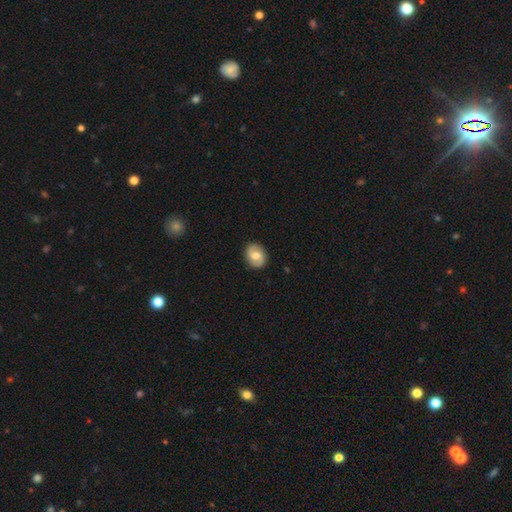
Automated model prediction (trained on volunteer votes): smooth_or_featured: featured or disk (p=0.57) [alt: smooth p=0.36]
disk_edge_on: no (p=0.97) [alt: yes p=0.03]
bar: no (p=0.45) [tied with: weak p=0.45]
has_spiral_arms: yes (p=0.88) [alt: no p=0.12]
bulge_size: moderate (p=0.65) [alt: small p=0.17]
merging: none (p=0.87) [alt: minor disturbance p=0.09]